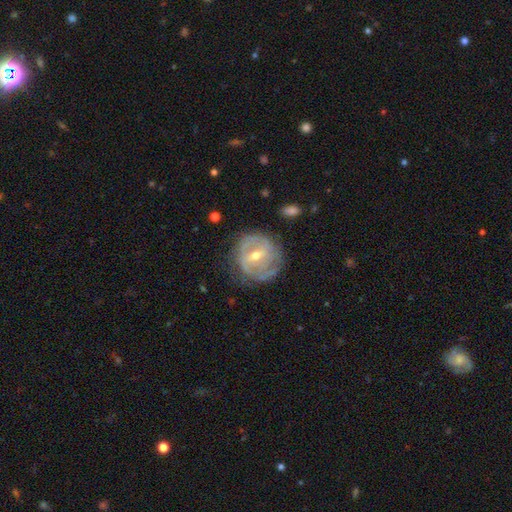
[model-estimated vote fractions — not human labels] A featured or disk galaxy (79%) with a weak bar (48%), 2 (46%) tight (53%) spiral arms (79%) and a small central bulge (51%). Merging: none (71%).